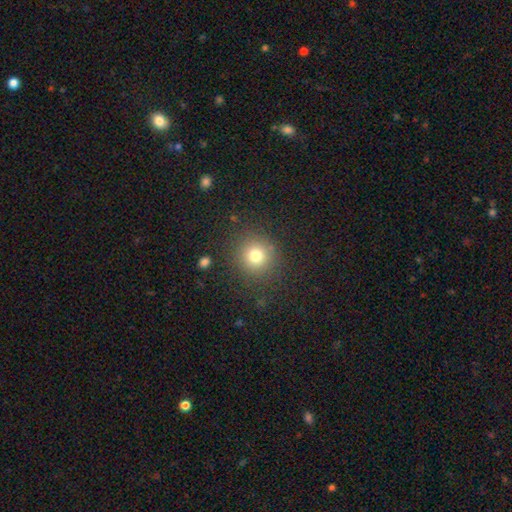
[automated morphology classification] A smooth galaxy with no disk features (76%) that is round (92%). Merging: none (87%).